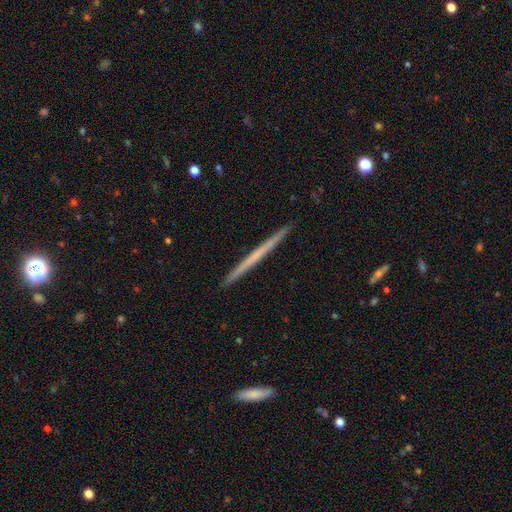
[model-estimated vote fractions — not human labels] Overall: featured or disk (55%; smooth 39%). Edge-on disk: yes (98%). Edge-on bulge: none (88%). Merging: none (92%).